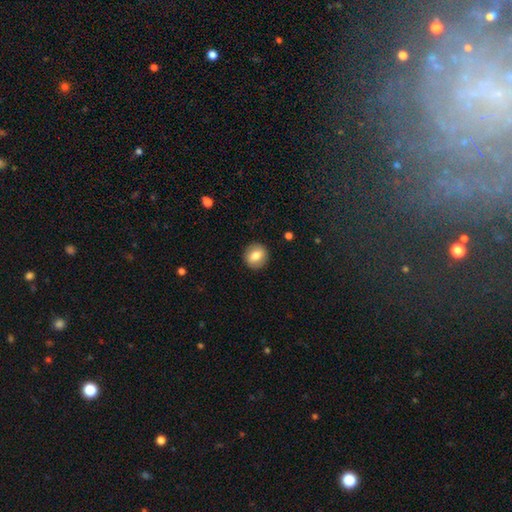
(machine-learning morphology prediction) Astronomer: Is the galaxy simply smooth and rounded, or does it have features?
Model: smooth — 78%.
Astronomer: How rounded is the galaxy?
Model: round — 82%.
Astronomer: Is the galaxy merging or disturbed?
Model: none — 90%.